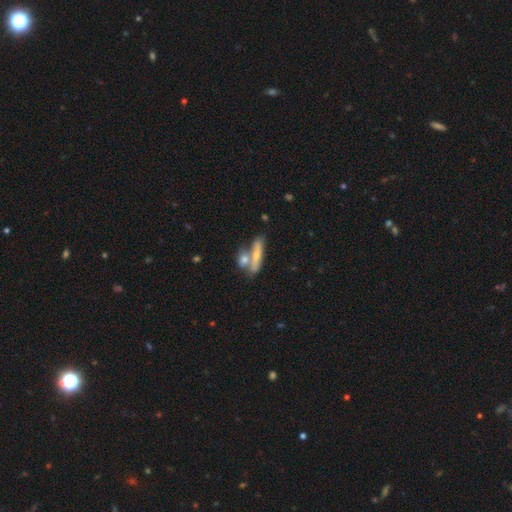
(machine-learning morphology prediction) A smooth galaxy with no disk features (59%) that is cigar-shaped (70%). Merging: none (46%).